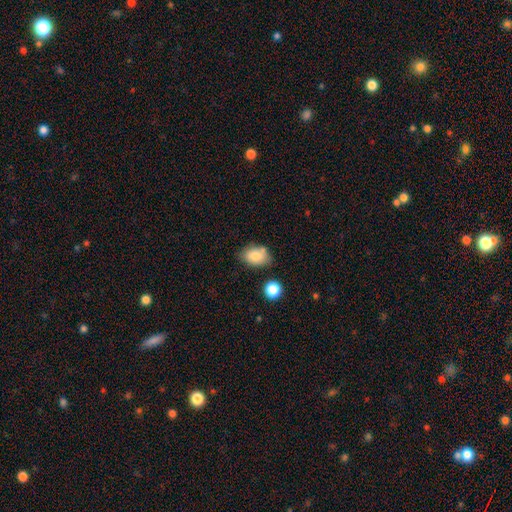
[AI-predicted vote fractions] Q: Smooth or featured?
A: smooth (83%); runner-up: featured or disk (9%)
Q: How rounded?
A: in between (83%); runner-up: round (15%)
Q: Merging?
A: none (66%); runner-up: minor disturbance (21%)